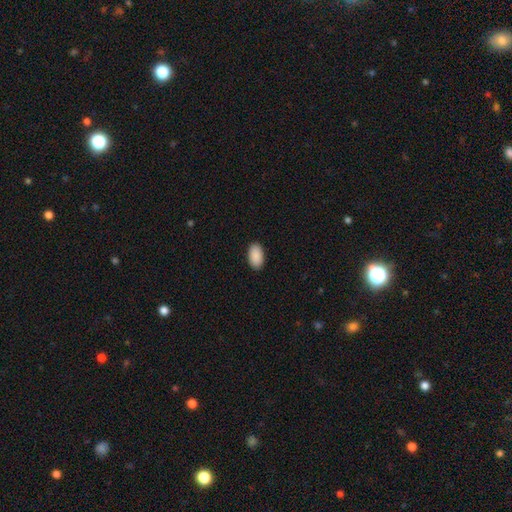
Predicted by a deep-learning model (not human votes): Smooth or featured? smooth (92%)
How rounded? in between (95%)
Merging? none (90%)